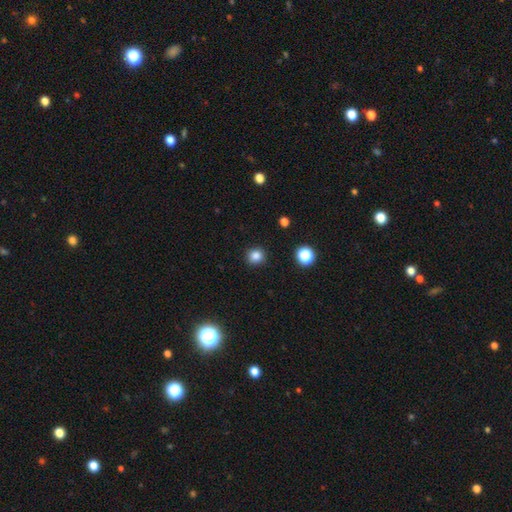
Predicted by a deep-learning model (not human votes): Overall: smooth (84%). How rounded: round (90%). Merging: none (91%).